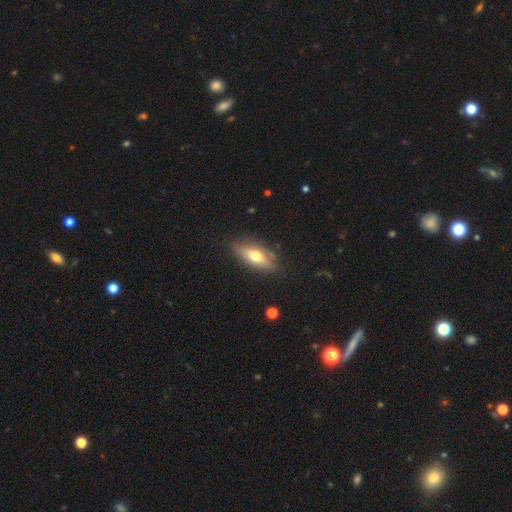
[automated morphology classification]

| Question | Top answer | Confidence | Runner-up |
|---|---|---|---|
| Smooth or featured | smooth | 49% | featured or disk (43%) |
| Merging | none | 81% | minor disturbance (13%) |